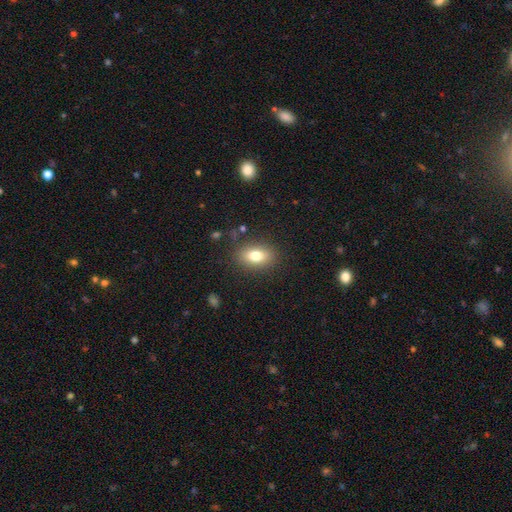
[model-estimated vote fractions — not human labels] smooth_or_featured: smooth (p=0.78) [alt: featured or disk p=0.12]
how_rounded: in between (p=0.79) [alt: round p=0.18]
merging: none (p=0.85) [alt: minor disturbance p=0.10]